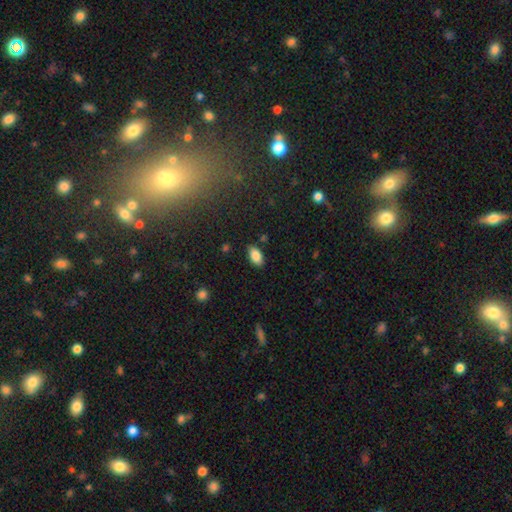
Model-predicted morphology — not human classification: A smooth galaxy with no disk features (87%) that is in between round and cigar-shaped (93%).

Vote fractions:
- Smooth or featured? smooth: 87% / star or artifact: 8% / featured or disk: 5%
- How rounded? in between: 93% / cigar-shaped: 3% / round: 3%
- Merging? none: 85% / minor disturbance: 11% / major disturbance: 2% / merger: 2%